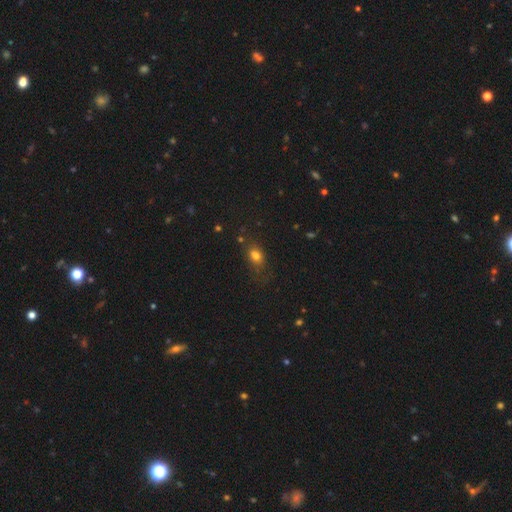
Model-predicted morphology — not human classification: Smooth or featured? Predicted: smooth (p=0.76). How rounded? Predicted: in between (p=0.74). Merging? Predicted: none (p=0.65).